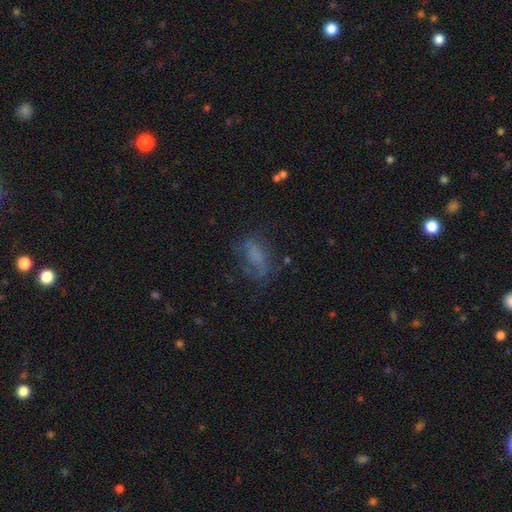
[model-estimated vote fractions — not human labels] This appears to be a smooth galaxy with no disk features (49%). Merging: none (48%).